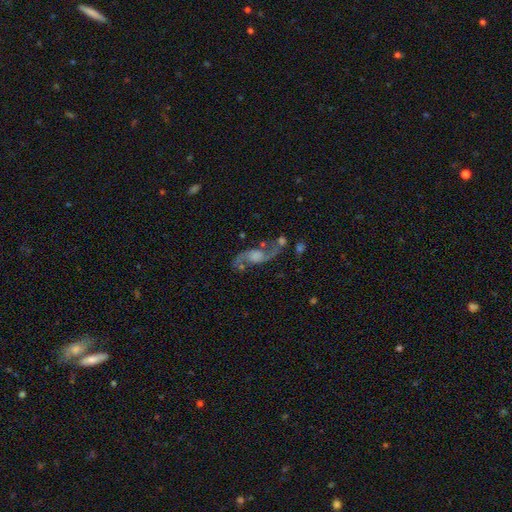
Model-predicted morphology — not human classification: Smooth or featured?
  - featured or disk: 83% *
  - smooth: 9%
  - star or artifact: 8%
Edge-on disk?
  - no: 91% *
  - yes: 9%
Bar?
  - no: 54% *
  - weak: 37%
  - strong: 9%
Spiral arms?
  - yes: 94% *
  - no: 6%
Spiral winding?
  - loose: 70% *
  - medium: 25%
  - tight: 5%
Spiral arm count?
  - 2: 92% *
  - can't tell: 3%
  - 1: 2%
  - 3: 1%
  - 4: 1%
  - more than 4: 1%
Bulge size?
  - moderate: 34% *
  - small: 25%
  - none: 20%
  - large: 18%
  - dominant: 3%
Merging?
  - none: 64% *
  - minor disturbance: 15%
  - merger: 11%
  - major disturbance: 11%